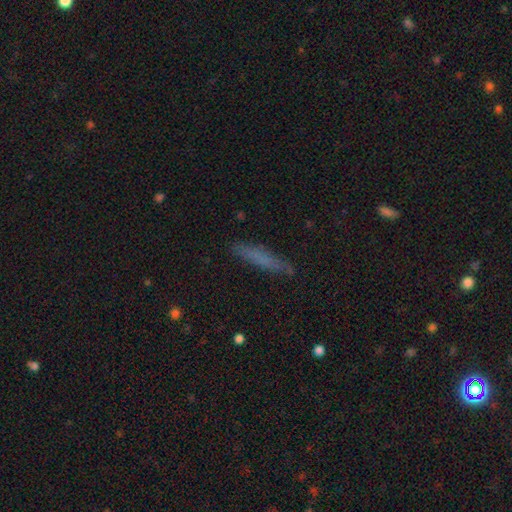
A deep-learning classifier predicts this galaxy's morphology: The model was most divided on "smooth or featured": smooth: 63%, featured or disk: 27%, star or artifact: 11%. More confident: how rounded — cigar-shaped (92%); merging — none (85%).